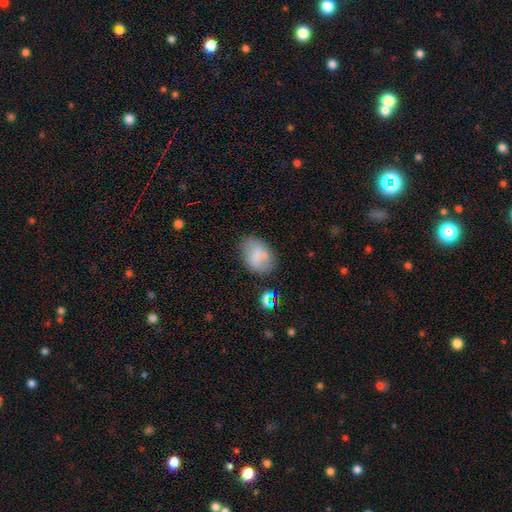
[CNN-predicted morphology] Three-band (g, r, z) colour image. It shows a smooth galaxy with no disk features (71%) that is in between round and cigar-shaped (80%). Merging: none (64%).